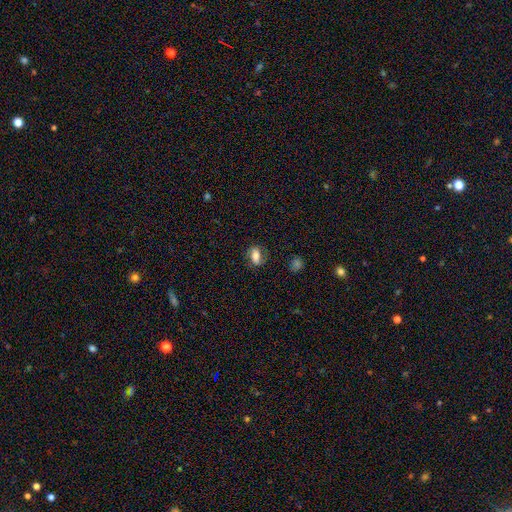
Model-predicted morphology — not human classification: type=smooth (58%); roundness=in between (77%); merging=none (75%).